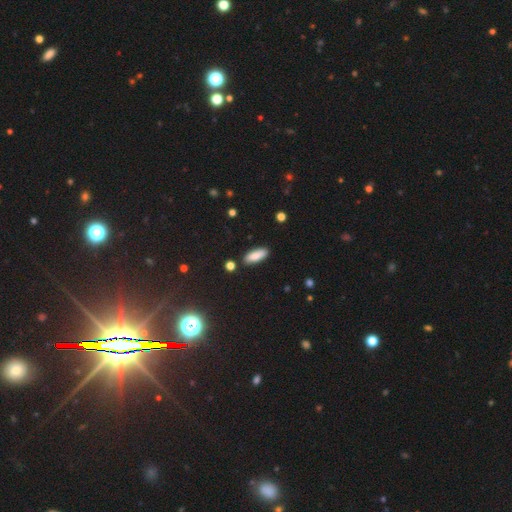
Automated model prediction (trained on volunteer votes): A smooth galaxy with no disk features (83%) that is in between round and cigar-shaped (67%). Merging: none (85%).